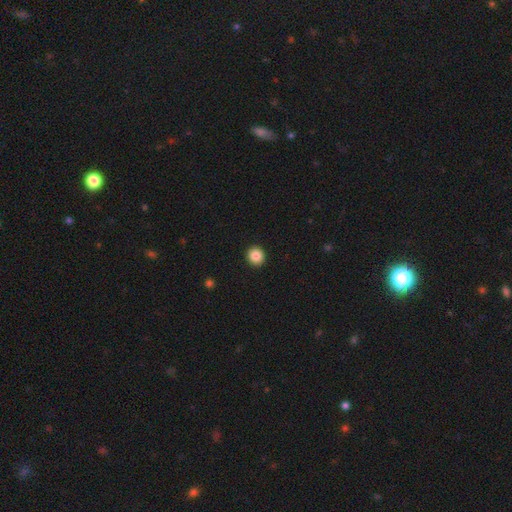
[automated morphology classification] Smooth or featured: smooth — 87% (star or artifact — 9%)
How rounded: round — 88% (in between — 11%)
Merging: none — 93% (minor disturbance — 5%)